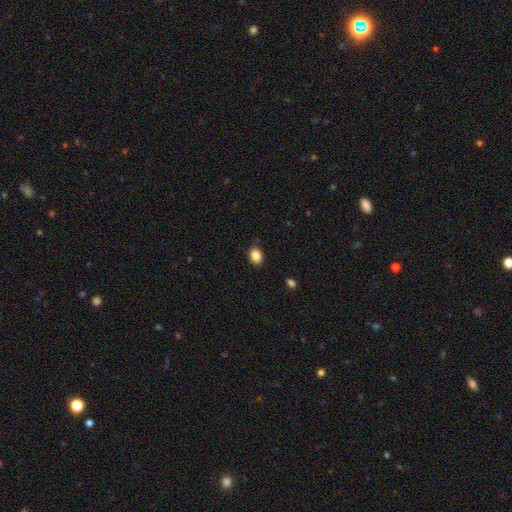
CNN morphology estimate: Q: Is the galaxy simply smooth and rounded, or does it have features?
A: smooth — 87%.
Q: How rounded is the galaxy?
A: in between — 65%.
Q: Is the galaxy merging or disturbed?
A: none — 86%.